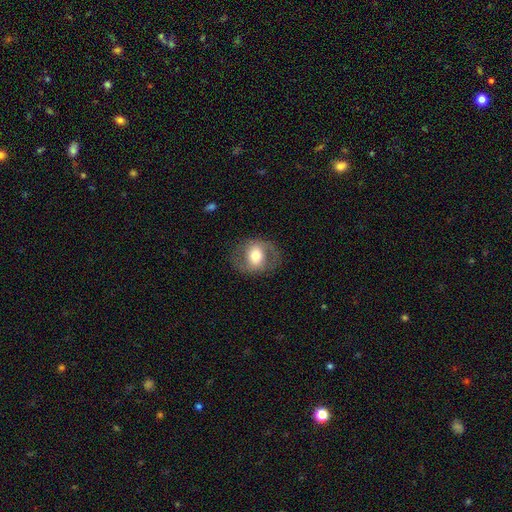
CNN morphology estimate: This is possibly a featured or disk galaxy (47%). Merging: likely none (77%).